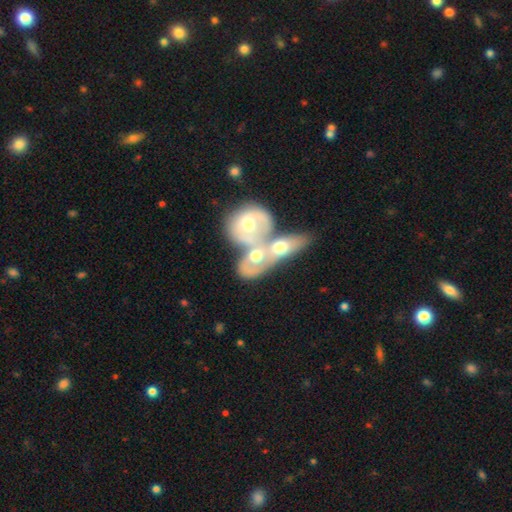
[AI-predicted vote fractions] This appears to be a featured or disk galaxy (54%). Merging: merger (75%).